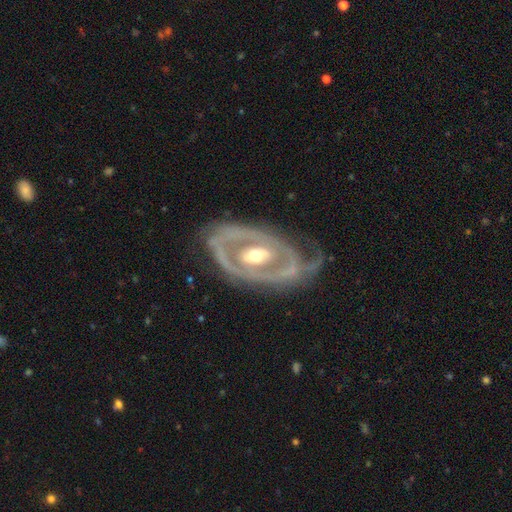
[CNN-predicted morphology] This appears to be a featured or disk galaxy (84%) with no bar (46%), spiral arms (58%) and a moderate central bulge (72%). Merging: none (54%).